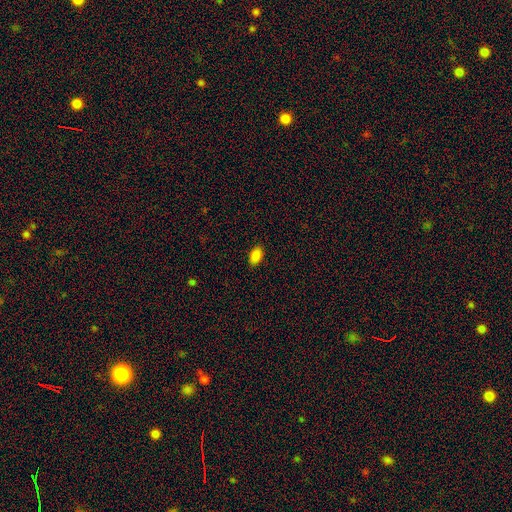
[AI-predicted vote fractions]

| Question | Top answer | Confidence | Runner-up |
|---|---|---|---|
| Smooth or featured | smooth | 87% | star or artifact (9%) |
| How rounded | in between | 90% | round (8%) |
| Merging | none | 89% | minor disturbance (8%) |